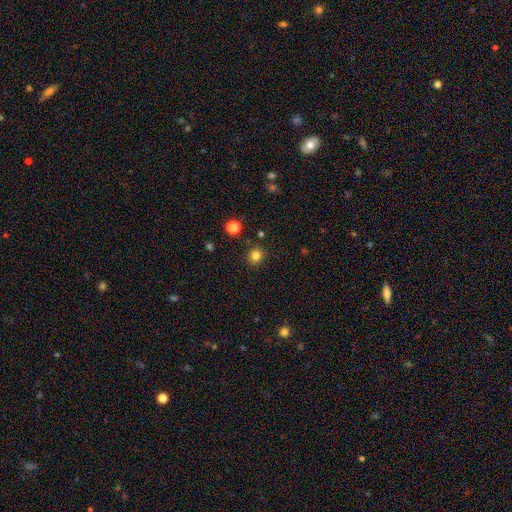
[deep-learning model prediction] Overall: smooth (81%). How rounded: round (86%). Merging: none (88%).